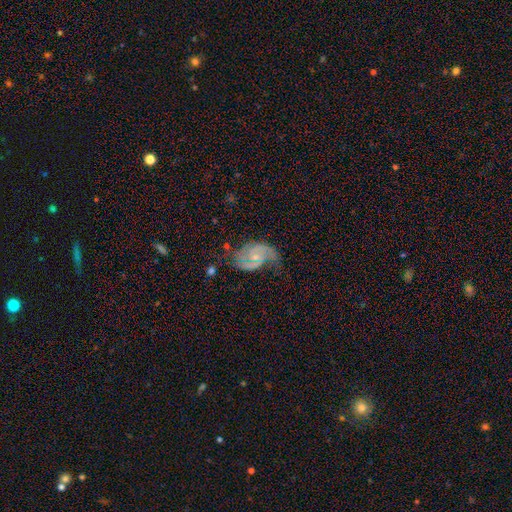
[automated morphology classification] The model was most divided on "bar": no: 51%, weak: 40%, strong: 9%. Remaining: edge-on disk — no (98%); spiral arms — yes (94%); smooth or featured — featured or disk (80%); spiral arm count — 2 (79%); bulge size — small (66%); merging — none (50%); spiral winding — medium (48%).